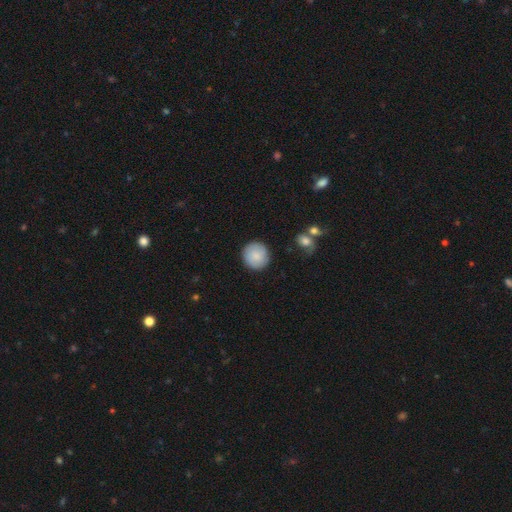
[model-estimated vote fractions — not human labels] Smooth or featured?
  - smooth: 80% *
  - featured or disk: 14%
  - star or artifact: 6%
How rounded?
  - round: 94% *
  - in between: 5%
  - cigar-shaped: 1%
Merging?
  - none: 88% *
  - minor disturbance: 8%
  - major disturbance: 2%
  - merger: 1%